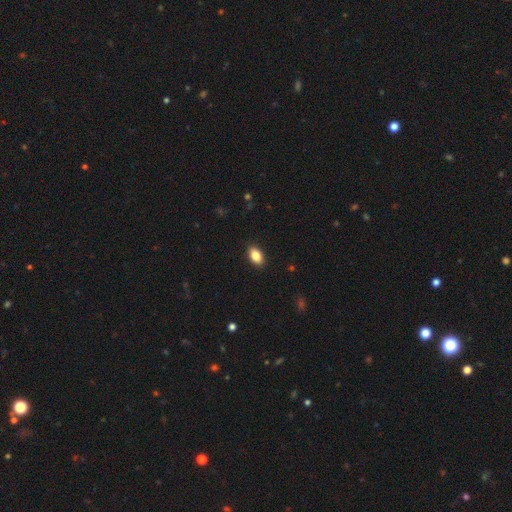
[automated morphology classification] The model was most divided on "smooth or featured": smooth: 86%, star or artifact: 8%, featured or disk: 6%. More confident: merging — none (89%); how rounded — in between (89%).